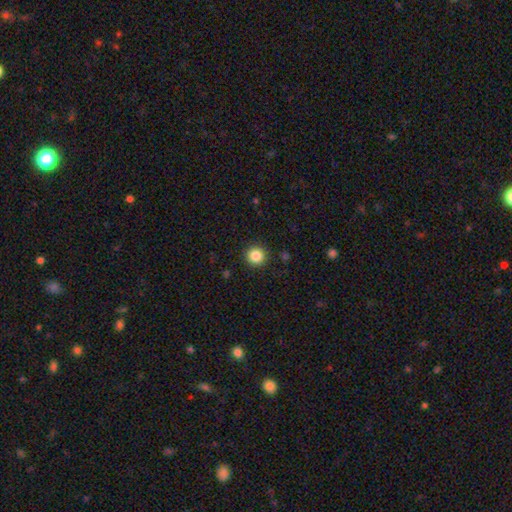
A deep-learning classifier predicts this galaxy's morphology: Smooth or featured?
  - smooth: 86% *
  - star or artifact: 10%
  - featured or disk: 4%
How rounded?
  - round: 96% *
  - in between: 3%
  - cigar-shaped: 1%
Merging?
  - none: 92% *
  - minor disturbance: 5%
  - major disturbance: 2%
  - merger: 1%